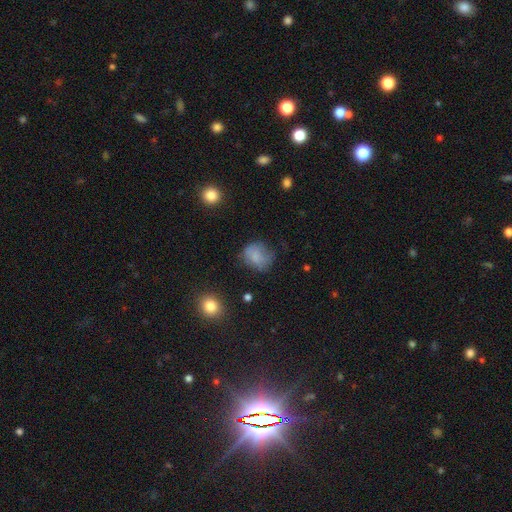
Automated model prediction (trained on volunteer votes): smooth_or_featured: smooth (p=0.74) [alt: featured or disk p=0.15]
how_rounded: round (p=0.63) [alt: in between p=0.36]
merging: none (p=0.55) [alt: minor disturbance p=0.29]